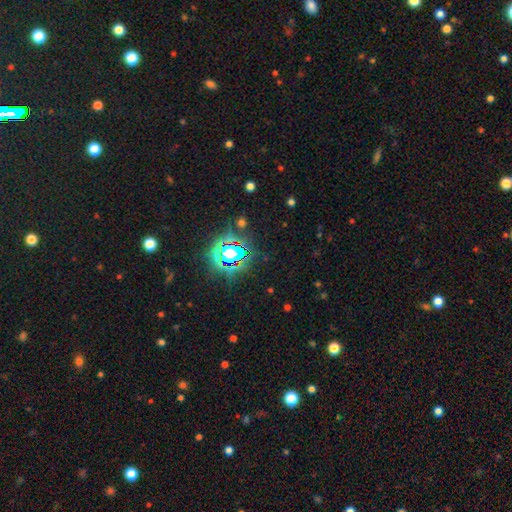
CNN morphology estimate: star or artifact 80%, smooth 12%, featured or disk 7%.